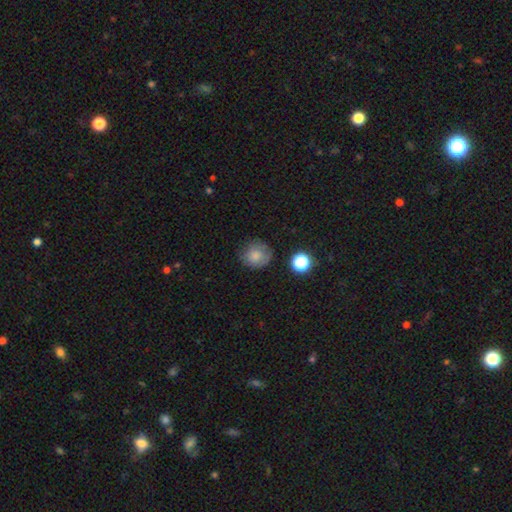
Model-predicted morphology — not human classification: smooth_or_featured: smooth (p=0.77) [alt: featured or disk p=0.12]
how_rounded: round (p=0.88) [alt: in between p=0.11]
merging: none (p=0.73) [alt: minor disturbance p=0.18]